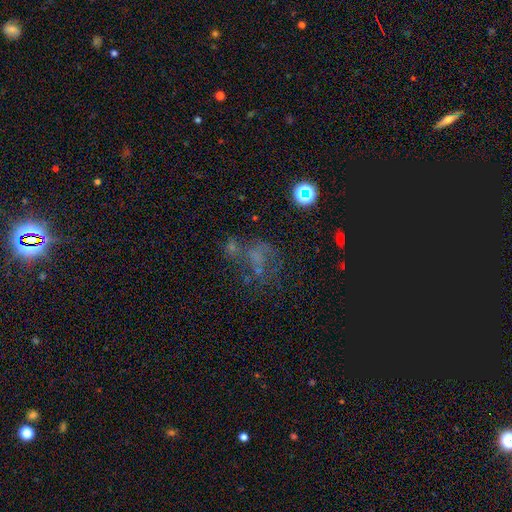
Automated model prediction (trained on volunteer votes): A featured or disk galaxy (39%).

Vote fractions:
- Smooth or featured? featured or disk: 39% / star or artifact: 38% / smooth: 22%
- Merging? none: 40% / major disturbance: 29% / minor disturbance: 16% / merger: 14%